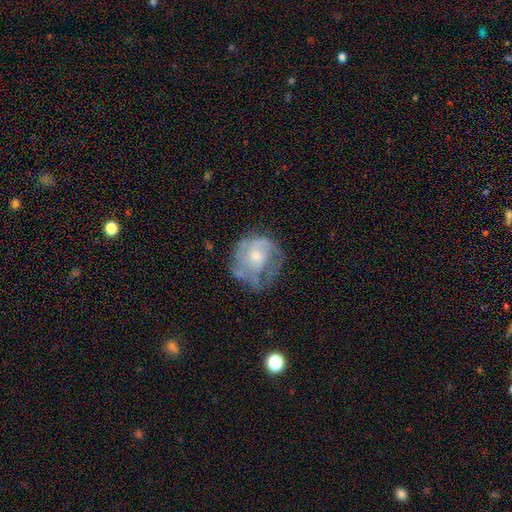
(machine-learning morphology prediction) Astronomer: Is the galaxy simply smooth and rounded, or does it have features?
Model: featured or disk — 66%.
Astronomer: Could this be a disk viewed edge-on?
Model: no — 98%.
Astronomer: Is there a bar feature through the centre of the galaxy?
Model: no — 73%.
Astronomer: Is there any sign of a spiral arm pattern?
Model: yes — 69%.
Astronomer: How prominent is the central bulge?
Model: moderate — 49% (runner-up: small, 37%).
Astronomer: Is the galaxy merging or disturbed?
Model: none — 46% (runner-up: minor disturbance, 26%).